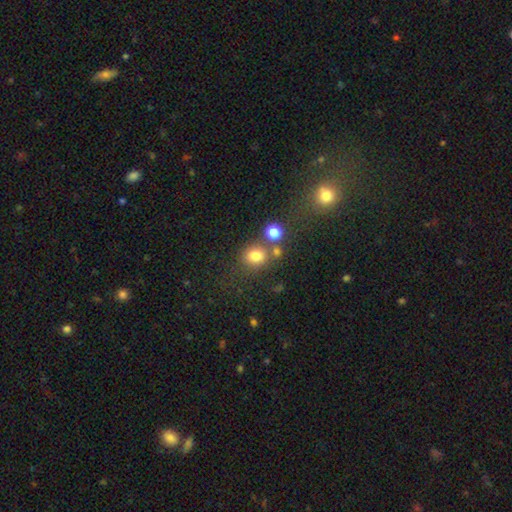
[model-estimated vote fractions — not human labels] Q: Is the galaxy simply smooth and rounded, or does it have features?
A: smooth — 78%.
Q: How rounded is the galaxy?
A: round — 71%.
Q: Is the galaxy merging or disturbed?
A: none — 61%.